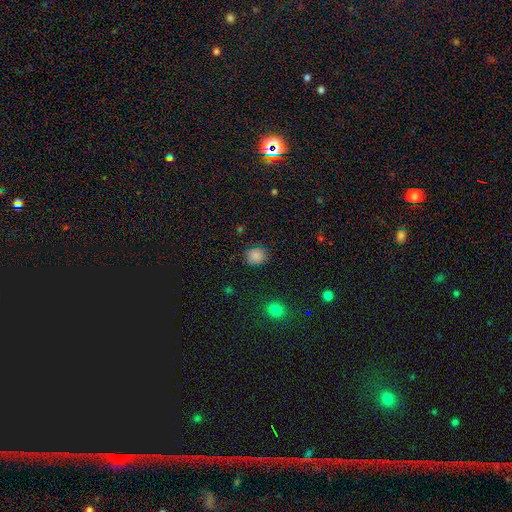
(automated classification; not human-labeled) Morphology: type=smooth (85%); roundness=round (75%); merging=none (82%).